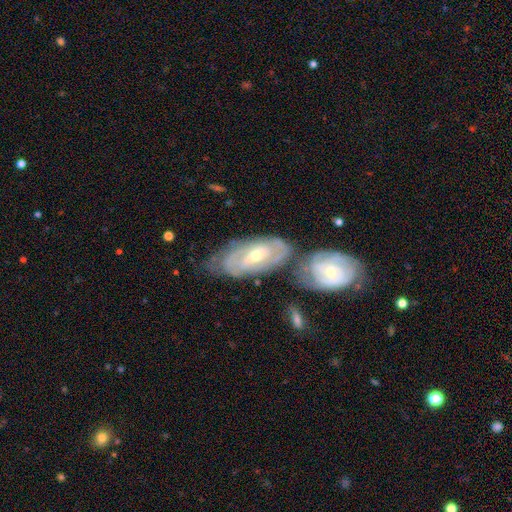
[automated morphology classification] Smooth or featured: featured or disk — 80% (smooth — 14%)
Edge-on disk: no — 93% (yes — 7%)
Bar: weak — 42% (no — 41%)
Spiral arms: yes — 91% (no — 9%)
Spiral winding: tight — 71% (medium — 23%)
Spiral arm count: can't tell — 45% (2 — 30%)
Bulge size: moderate — 51% (small — 46%)
Merging: none — 52% (merger — 23%)